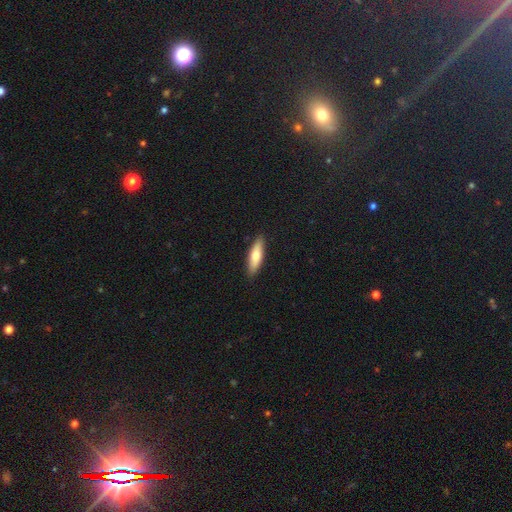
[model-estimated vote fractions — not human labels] Smooth or featured? smooth (67%)
How rounded? cigar-shaped (58%)
Merging? none (89%)